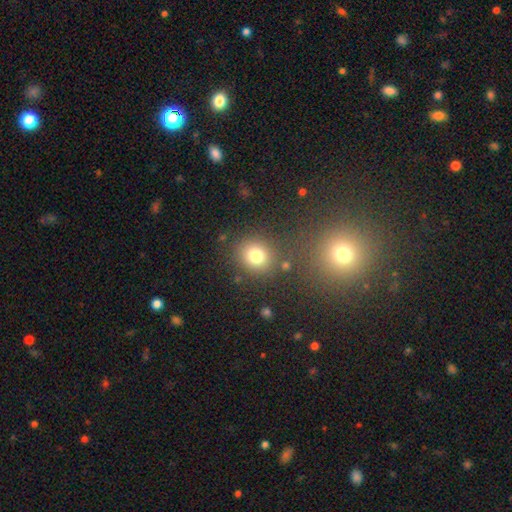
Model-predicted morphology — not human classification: A smooth galaxy with no disk features (77%) that is round (79%).

Vote fractions:
- Smooth or featured? smooth: 77% / star or artifact: 14% / featured or disk: 8%
- How rounded? round: 79% / in between: 20% / cigar-shaped: 1%
- Merging? none: 80% / minor disturbance: 10% / merger: 6% / major disturbance: 4%